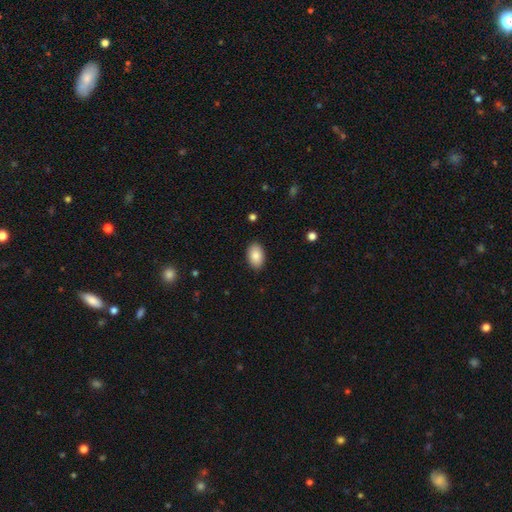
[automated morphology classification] smooth-or-featured: smooth: 87% | star or artifact: 7% | featured or disk: 6%
  how-rounded: in between: 91% | round: 7% | cigar-shaped: 1%
  merging: none: 89% | minor disturbance: 8% | major disturbance: 2% | merger: 1%